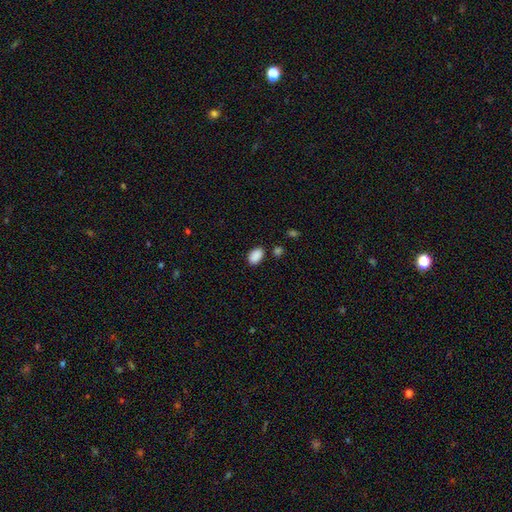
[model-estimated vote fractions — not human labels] The model was most divided on "merging": none: 83%, minor disturbance: 11%, merger: 4%, major disturbance: 3%. More confident: how rounded — in between (90%); smooth or featured — smooth (90%).